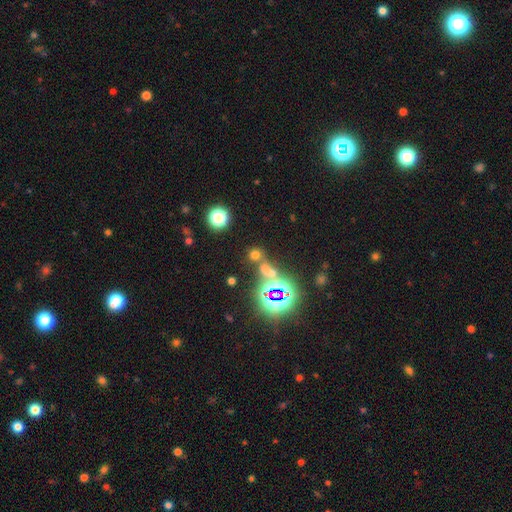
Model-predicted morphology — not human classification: This appears to be a star or artifact, not a galaxy (61%).